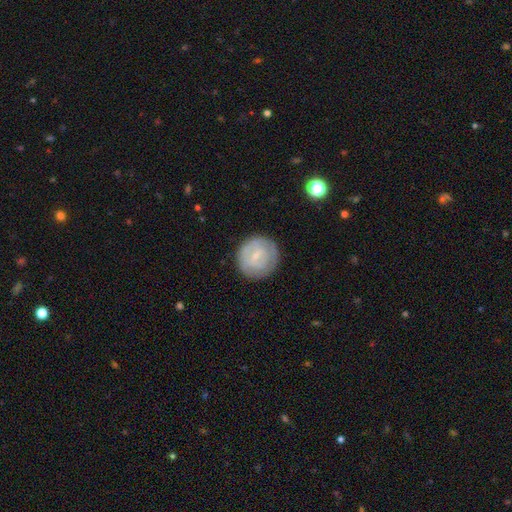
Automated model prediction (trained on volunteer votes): A featured or disk galaxy (48%).

Vote fractions:
- Smooth or featured? featured or disk: 48% / smooth: 46% / star or artifact: 6%
- Merging? none: 83% / minor disturbance: 12% / major disturbance: 4% / merger: 1%